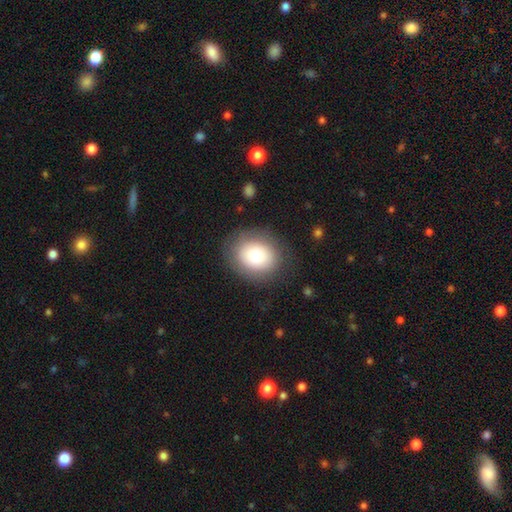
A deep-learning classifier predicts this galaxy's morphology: This appears to be a smooth galaxy with no disk features (77%) that is round (63%). Merging: none (83%).